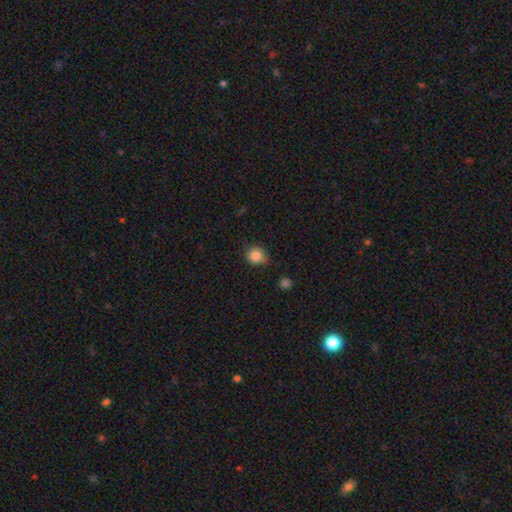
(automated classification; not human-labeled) Smooth or featured: smooth — 84% (star or artifact — 11%)
How rounded: round — 83% (in between — 16%)
Merging: none — 68% (minor disturbance — 25%)